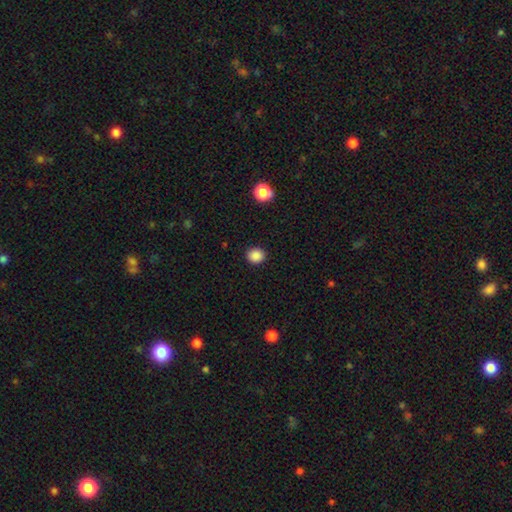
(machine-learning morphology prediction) Smooth or featured?
  - smooth: 87% *
  - star or artifact: 10%
  - featured or disk: 3%
How rounded?
  - round: 79% *
  - in between: 20%
  - cigar-shaped: 1%
Merging?
  - none: 91% *
  - minor disturbance: 6%
  - major disturbance: 2%
  - merger: 1%